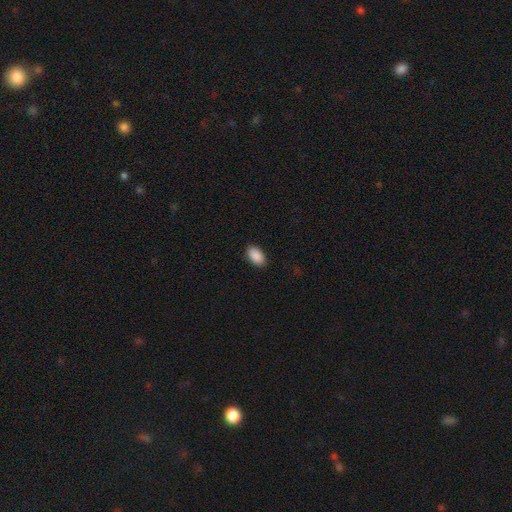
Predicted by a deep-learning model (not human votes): smooth-or-featured: smooth: 91% | star or artifact: 7% | featured or disk: 3%
  how-rounded: in between: 94% | round: 5% | cigar-shaped: 1%
  merging: none: 89% | minor disturbance: 8% | major disturbance: 2% | merger: 1%